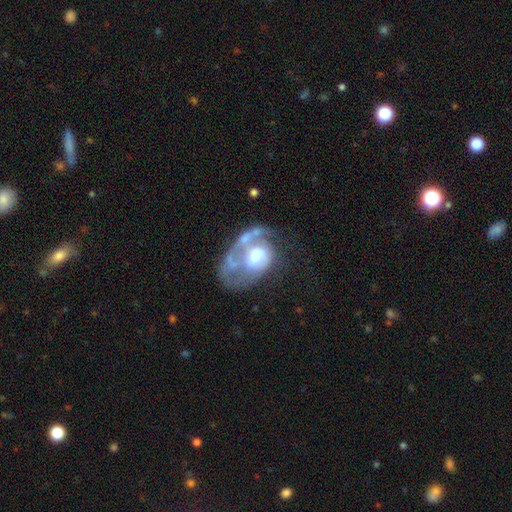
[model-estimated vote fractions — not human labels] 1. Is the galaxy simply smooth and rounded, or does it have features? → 68% featured or disk, 24% smooth, 7% star or artifact.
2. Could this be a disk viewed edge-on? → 97% no, 3% yes.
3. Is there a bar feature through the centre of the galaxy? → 66% no, 27% weak, 6% strong.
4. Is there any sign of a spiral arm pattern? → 62% yes, 38% no.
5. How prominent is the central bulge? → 62% moderate, 20% large, 13% small, 3% none, 2% dominant.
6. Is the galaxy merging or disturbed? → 41% major disturbance, 26% none, 20% minor disturbance, 13% merger.